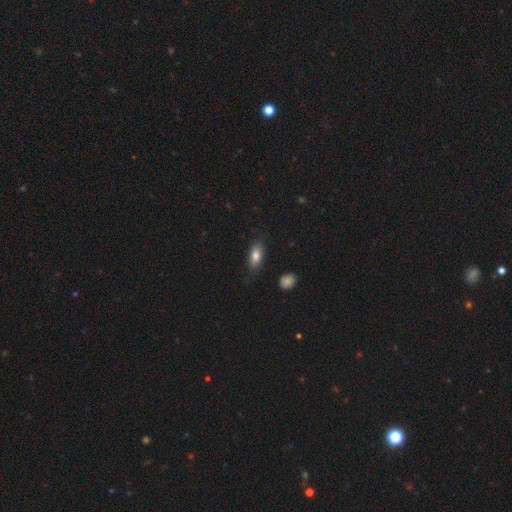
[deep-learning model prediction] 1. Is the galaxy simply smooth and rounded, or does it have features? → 80% smooth, 12% featured or disk, 8% star or artifact.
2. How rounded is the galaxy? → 86% in between, 10% cigar-shaped, 5% round.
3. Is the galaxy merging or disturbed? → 81% none, 14% minor disturbance, 3% major disturbance, 2% merger.